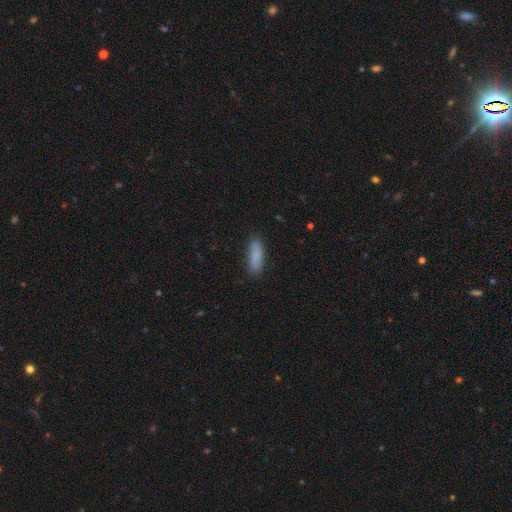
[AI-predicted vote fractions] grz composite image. It shows a smooth galaxy with no disk features (86%) that is in between round and cigar-shaped (50%). Merging: none (84%).